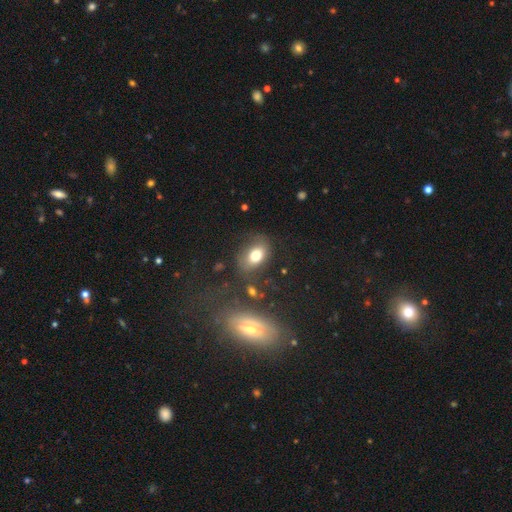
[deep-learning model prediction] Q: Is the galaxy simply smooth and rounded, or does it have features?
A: smooth — 75%.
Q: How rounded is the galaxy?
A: in between — 82%.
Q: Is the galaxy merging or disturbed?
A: none — 67%.